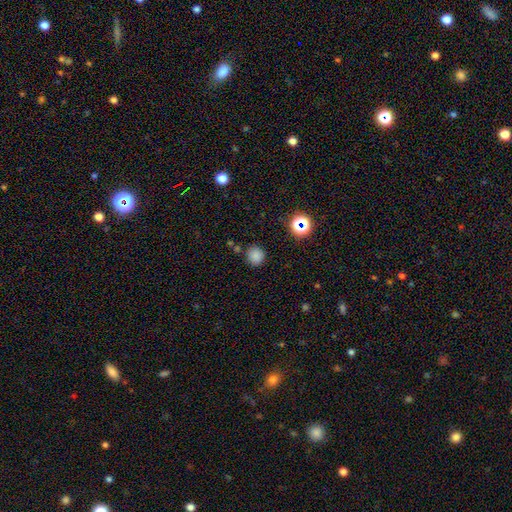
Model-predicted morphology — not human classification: Smooth or featured: smooth — 79% (star or artifact — 16%)
How rounded: round — 84% (in between — 15%)
Merging: none — 81% (minor disturbance — 11%)